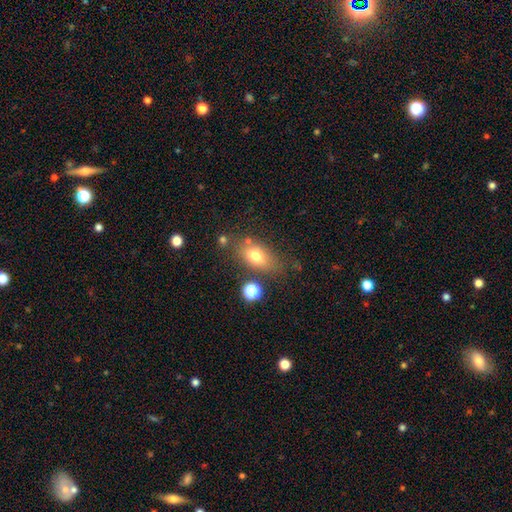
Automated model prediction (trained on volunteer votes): smooth 72%, featured or disk 17%, star or artifact 11%. Down the decision tree: how rounded — in between (79%); merging — none (67%).